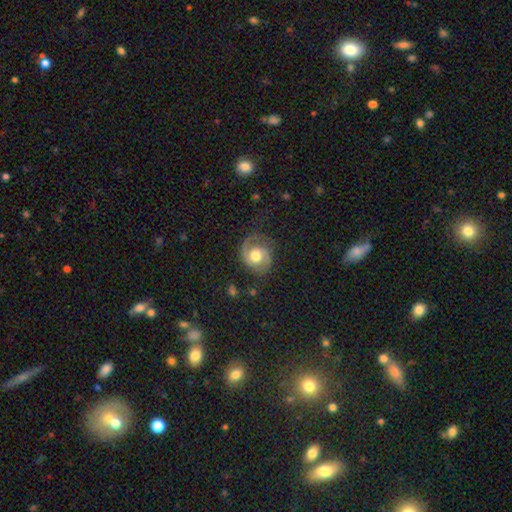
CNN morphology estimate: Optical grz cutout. It shows a featured or disk galaxy (74%) with no bar (68%), 2 (81%) medium (46%) spiral arms (92%) and a moderate central bulge (66%). Merging: none (68%).